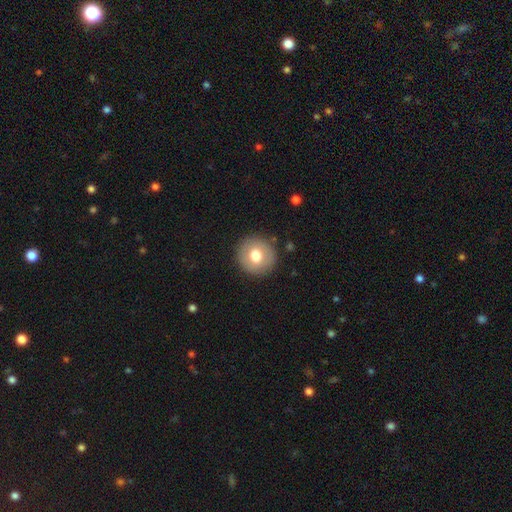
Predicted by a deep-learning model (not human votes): Overall: smooth (73%). How rounded: round (94%). Merging: none (90%).